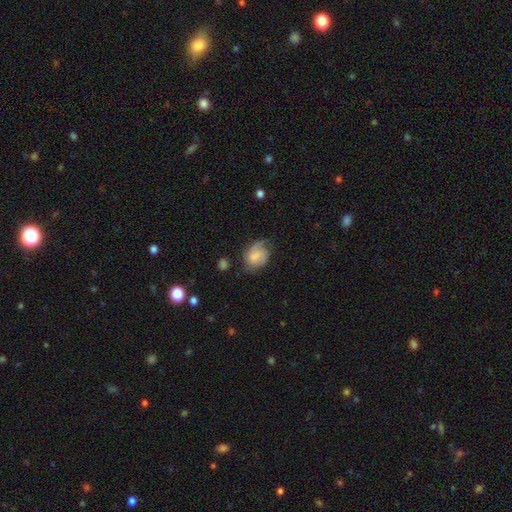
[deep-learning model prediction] A smooth galaxy with no disk features (47%). Merging: none (51%).